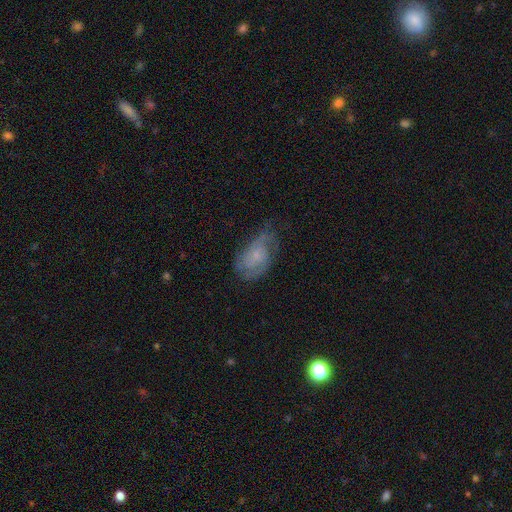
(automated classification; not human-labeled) Overall: featured or disk (61%; smooth 30%). Edge-on disk: no (96%). Bar: no (75%). Spiral arms: yes (84%). Bulge size: small (65%). Merging: none (53%; minor disturbance 29%).